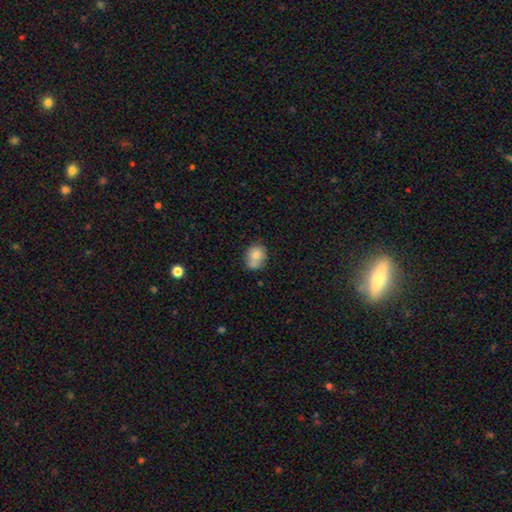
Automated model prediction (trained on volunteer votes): Q: Smooth or featured?
A: smooth (76%); runner-up: featured or disk (15%)
Q: How rounded?
A: round (56%); runner-up: in between (43%)
Q: Merging?
A: none (52%); runner-up: merger (21%)